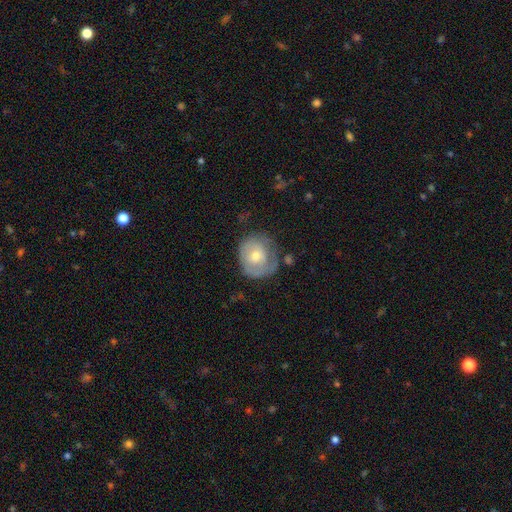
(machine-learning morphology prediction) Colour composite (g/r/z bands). It shows a smooth galaxy with no disk features (53%) that is round (75%). Merging: none (50%).